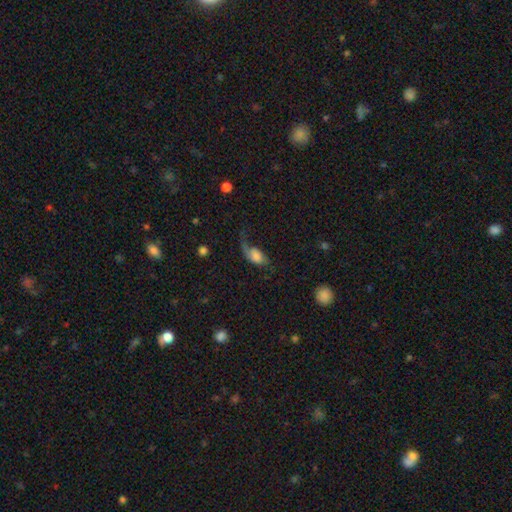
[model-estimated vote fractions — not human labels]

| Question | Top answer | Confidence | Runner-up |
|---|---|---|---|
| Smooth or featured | smooth | 50% | featured or disk (41%) |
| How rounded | in between | 87% | round (9%) |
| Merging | major disturbance | 42% | none (31%) |